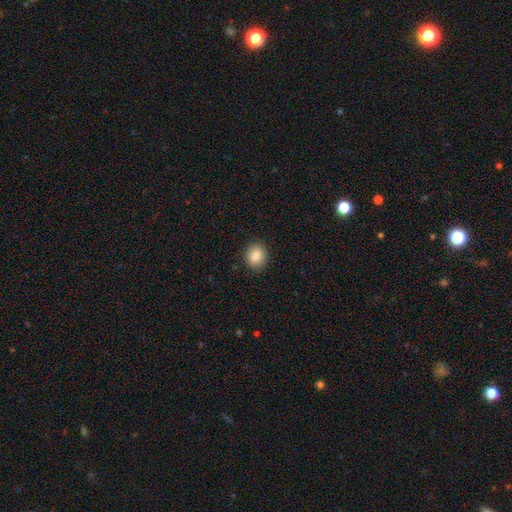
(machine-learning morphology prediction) This appears to be a smooth galaxy with no disk features (84%) that is round (74%). Merging: none (90%).